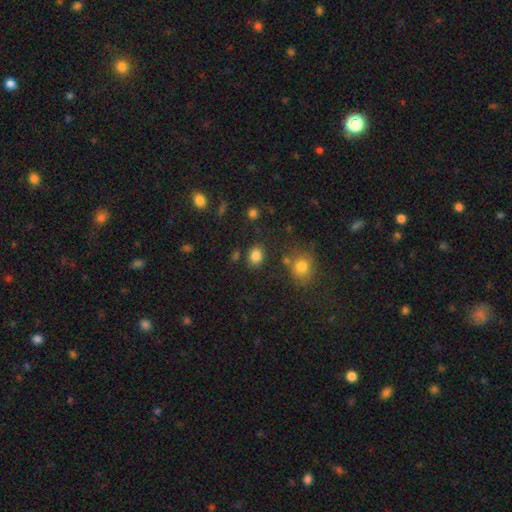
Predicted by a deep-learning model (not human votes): A smooth galaxy with no disk features (83%) that is round (50%).

Vote fractions:
- Smooth or featured? smooth: 83% / star or artifact: 12% / featured or disk: 5%
- How rounded? round: 50% / in between: 49% / cigar-shaped: 1%
- Merging? none: 81% / minor disturbance: 10% / merger: 5% / major disturbance: 3%